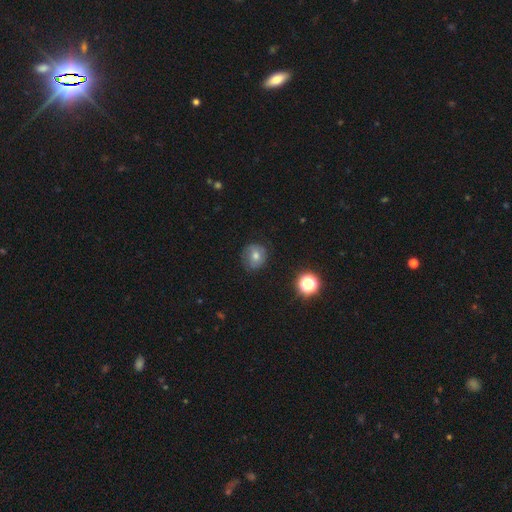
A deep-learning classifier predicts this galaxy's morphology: Smooth or featured: smooth — 61% (featured or disk — 26%)
How rounded: round — 79% (in between — 21%)
Merging: none — 71% (minor disturbance — 21%)